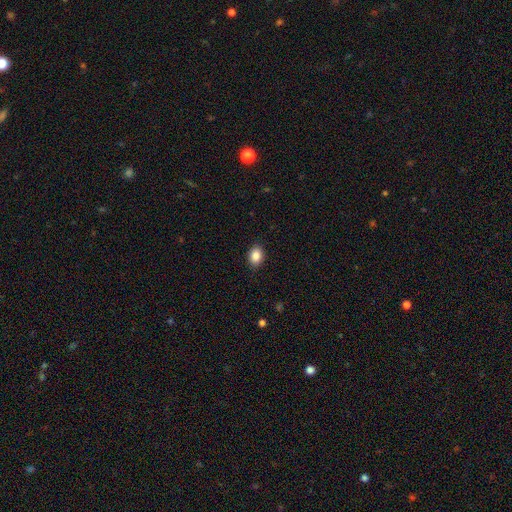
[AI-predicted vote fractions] smooth 88%, star or artifact 8%, featured or disk 4%. Down the decision tree: how rounded — in between (68%); merging — none (88%).